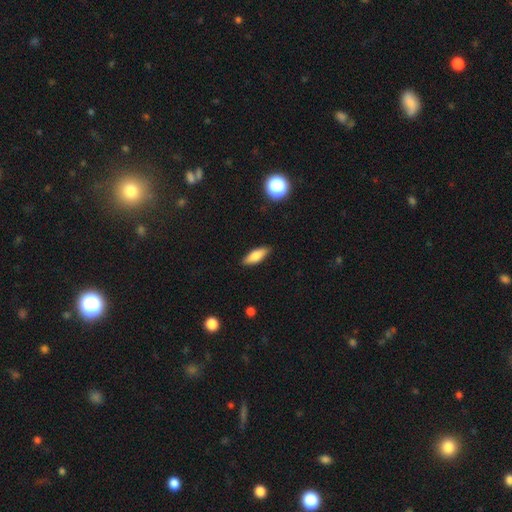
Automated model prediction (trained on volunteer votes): A smooth galaxy with no disk features (75%) that is in between round and cigar-shaped (65%). Merging: none (85%).